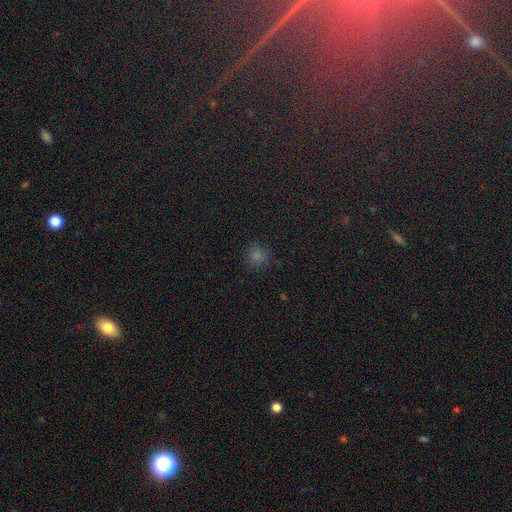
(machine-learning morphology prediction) Q: Smooth or featured?
A: smooth (66%); runner-up: star or artifact (29%)
Q: How rounded?
A: round (91%); runner-up: in between (8%)
Q: Merging?
A: none (86%); runner-up: minor disturbance (10%)